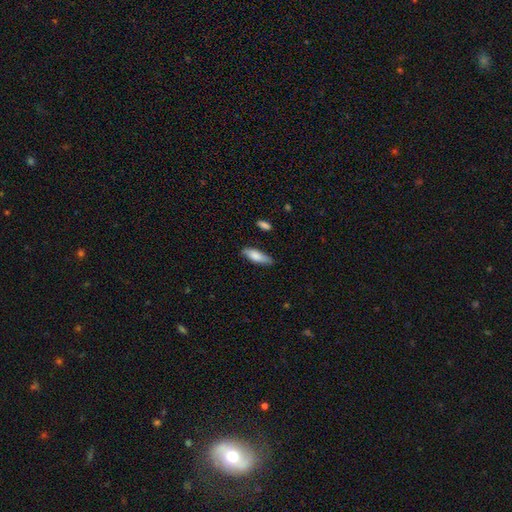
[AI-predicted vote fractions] Overall: smooth (78%). How rounded: in between (52%; cigar-shaped 46%). Merging: none (79%).